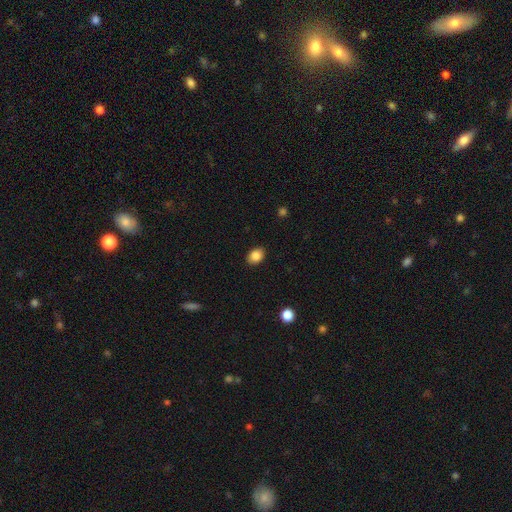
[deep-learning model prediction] This is clearly a smooth galaxy (86%). How rounded: likely in between (70%). Merging: clearly none (88%).